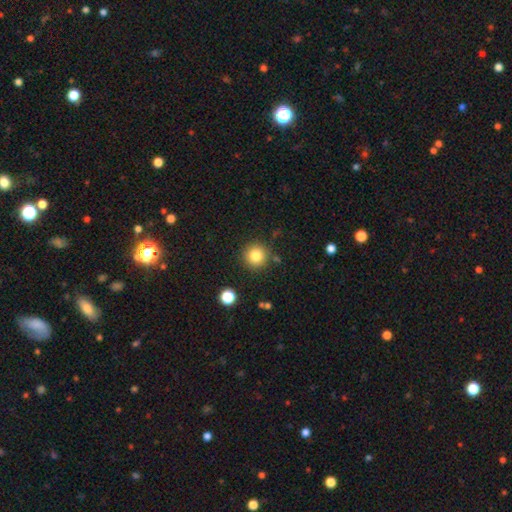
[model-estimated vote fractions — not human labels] The model was most divided on "smooth or featured": smooth: 82%, star or artifact: 11%, featured or disk: 6%. More confident: how rounded — round (94%); merging — none (86%).